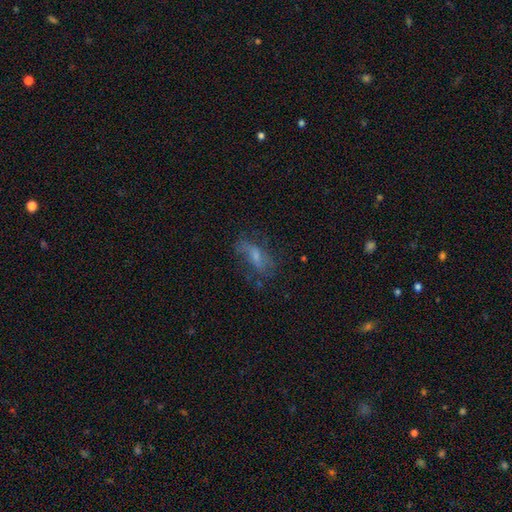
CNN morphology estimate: smooth-or-featured: featured or disk: 50% | smooth: 38% | star or artifact: 12%
  merging: none: 54% | minor disturbance: 23% | major disturbance: 20% | merger: 3%